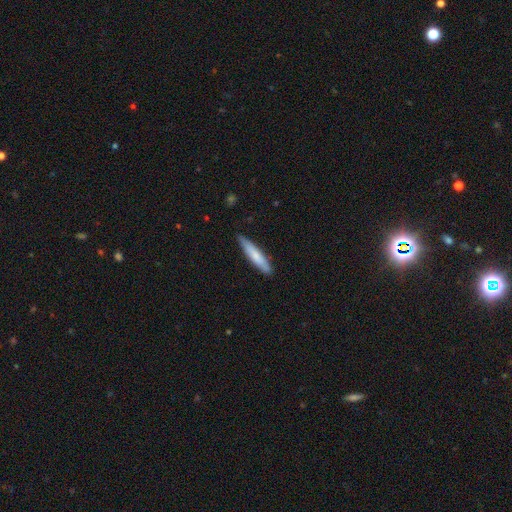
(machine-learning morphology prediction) smooth_or_featured: smooth (p=0.72) [alt: featured or disk p=0.23]
how_rounded: cigar-shaped (p=0.89) [alt: in between p=0.10]
merging: none (p=0.84) [alt: minor disturbance p=0.13]